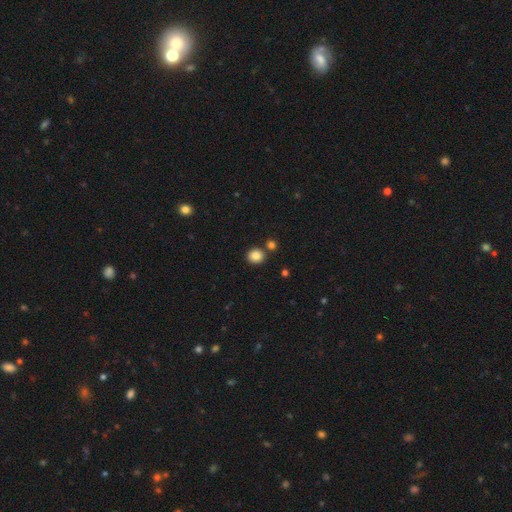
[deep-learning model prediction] Smooth or featured: smooth — 85% (star or artifact — 11%)
How rounded: round — 83% (in between — 16%)
Merging: none — 80% (merger — 11%)